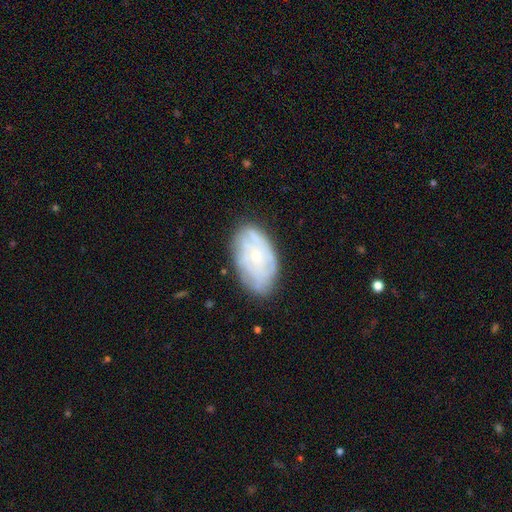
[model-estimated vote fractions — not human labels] Smooth or featured: featured or disk — 57% (smooth — 36%)
Edge-on disk: no — 94% (yes — 6%)
Bar: no — 81% (weak — 16%)
Spiral arms: yes — 60% (no — 40%)
Bulge size: small — 66% (moderate — 28%)
Merging: none — 72% (minor disturbance — 20%)